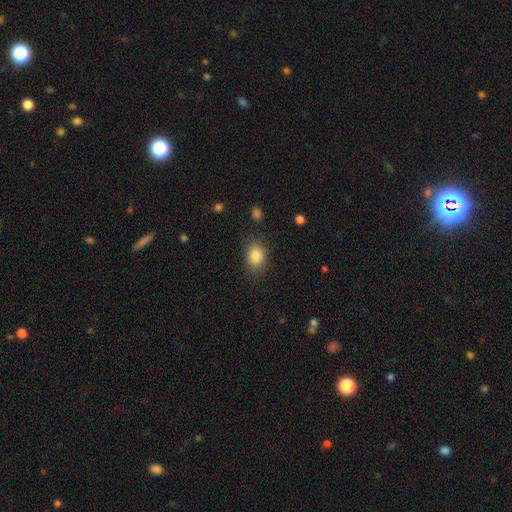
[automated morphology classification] This appears to be a smooth galaxy with no disk features (85%) that is in between round and cigar-shaped (70%). Merging: none (82%).